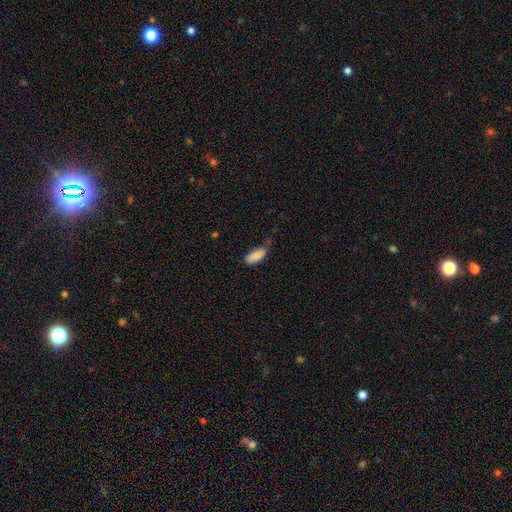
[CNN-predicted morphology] The model was most divided on "merging": none: 51%, minor disturbance: 37%, major disturbance: 9%, merger: 3%. More confident: smooth or featured — smooth (87%); how rounded — in between (83%).